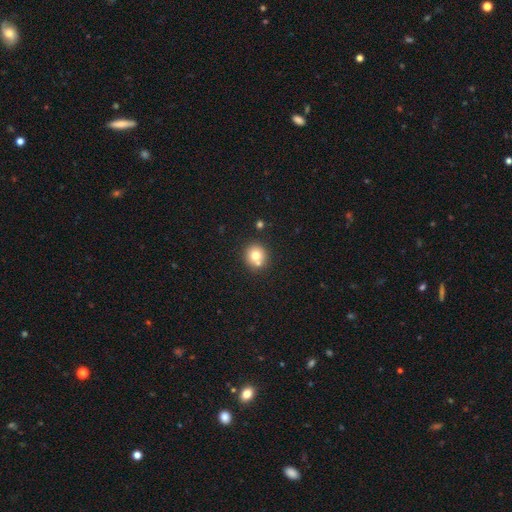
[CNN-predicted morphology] Q: Smooth or featured?
A: smooth (74%); runner-up: featured or disk (14%)
Q: How rounded?
A: round (89%); runner-up: in between (11%)
Q: Merging?
A: none (70%); runner-up: merger (19%)